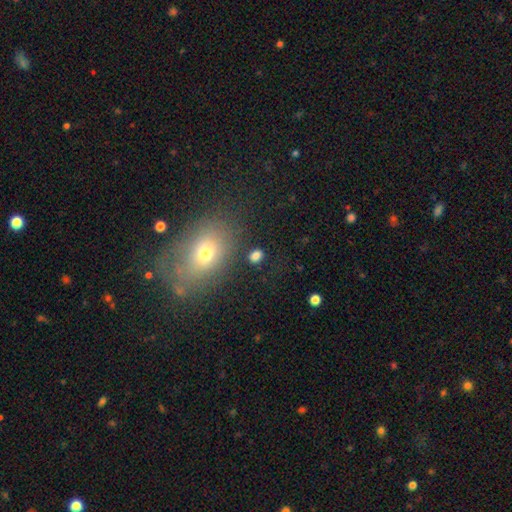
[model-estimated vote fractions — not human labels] Smooth or featured? Predicted: smooth (p=0.80). How rounded? Predicted: in between (p=0.59). Merging? Predicted: none (p=0.82).